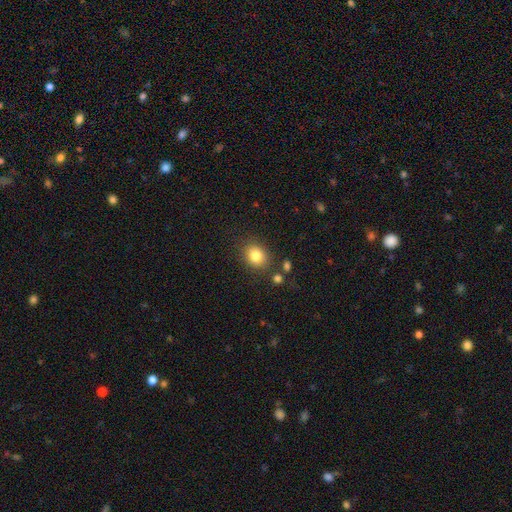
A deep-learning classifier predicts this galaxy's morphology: A smooth galaxy with no disk features (83%) that is round (63%).

Vote fractions:
- Smooth or featured? smooth: 83% / star or artifact: 10% / featured or disk: 7%
- How rounded? round: 63% / in between: 36% / cigar-shaped: 1%
- Merging? none: 81% / minor disturbance: 10% / merger: 5% / major disturbance: 4%